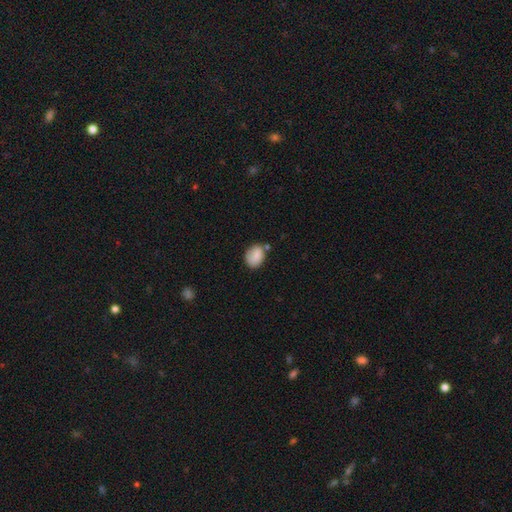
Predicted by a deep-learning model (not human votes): Q: Smooth or featured?
A: smooth (78%); runner-up: featured or disk (14%)
Q: How rounded?
A: in between (62%); runner-up: round (37%)
Q: Merging?
A: none (61%); runner-up: minor disturbance (24%)